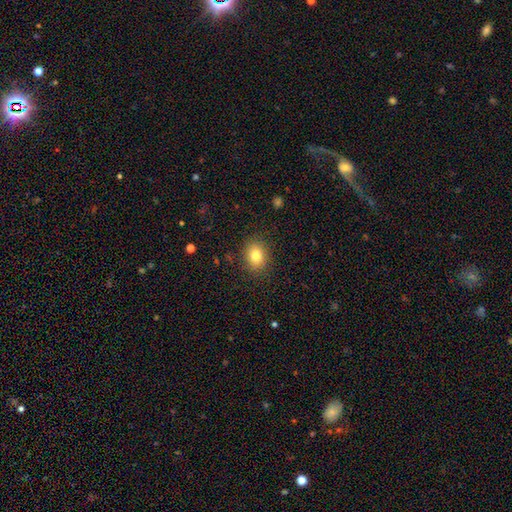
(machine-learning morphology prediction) smooth 81%, star or artifact 11%, featured or disk 9%. Down the decision tree: how rounded — in between (53%); merging — none (88%).